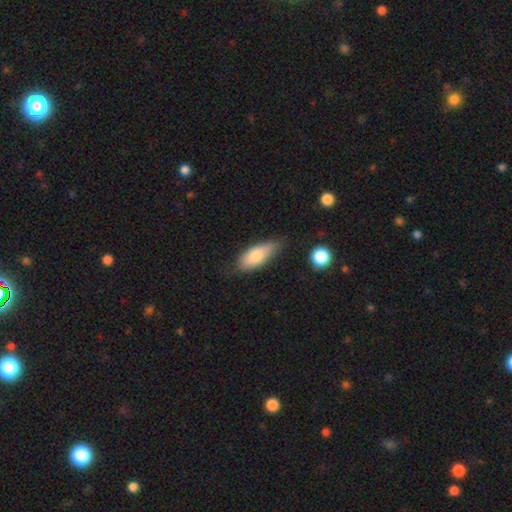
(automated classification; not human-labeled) The model was most divided on "merging": none: 64%, minor disturbance: 27%, major disturbance: 6%, merger: 3%. More confident: smooth or featured — smooth (79%); how rounded — in between (77%).